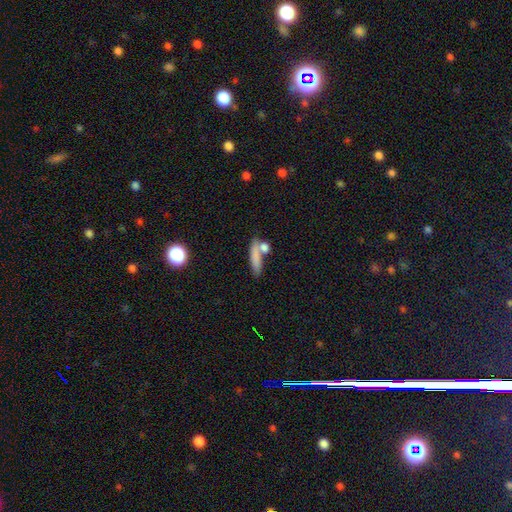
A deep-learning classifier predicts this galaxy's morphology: smooth_or_featured: smooth (p=0.77) [alt: featured or disk p=0.15]
how_rounded: cigar-shaped (p=0.66) [alt: in between p=0.26]
merging: none (p=0.56) [alt: merger p=0.27]